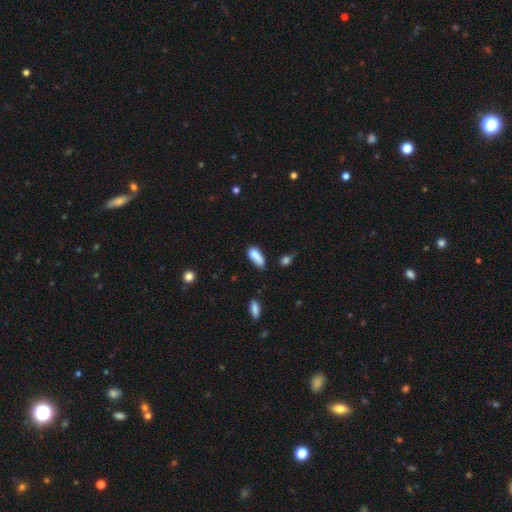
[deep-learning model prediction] smooth_or_featured: smooth (p=0.79) [alt: featured or disk p=0.12]
how_rounded: in between (p=0.75) [alt: cigar-shaped p=0.22]
merging: none (p=0.40) [alt: minor disturbance p=0.32]